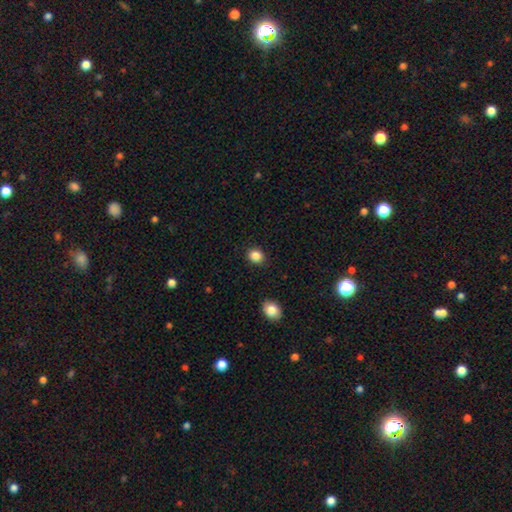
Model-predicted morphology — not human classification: Q: Smooth or featured?
A: smooth (86%); runner-up: star or artifact (10%)
Q: How rounded?
A: round (68%); runner-up: in between (31%)
Q: Merging?
A: none (89%); runner-up: minor disturbance (8%)